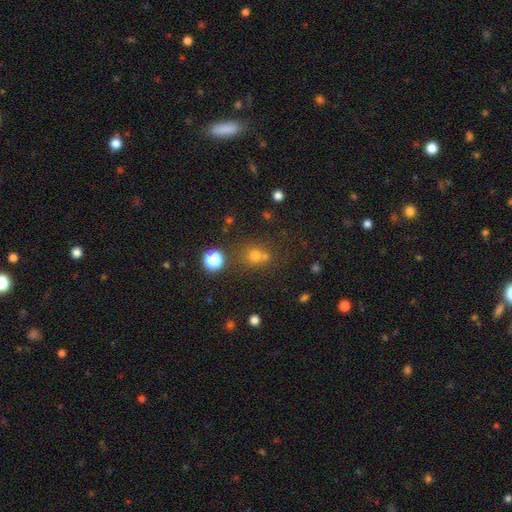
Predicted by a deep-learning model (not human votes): This appears to be a smooth galaxy with no disk features (64%) that is round (83%). Merging: none (64%).